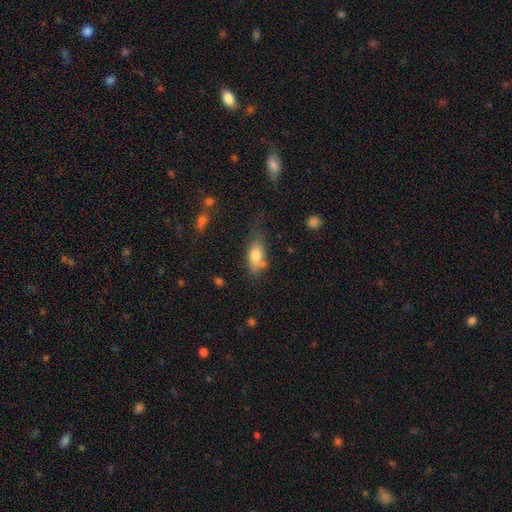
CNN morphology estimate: type=smooth (74%); roundness=in between (84%); merging=none (47%).